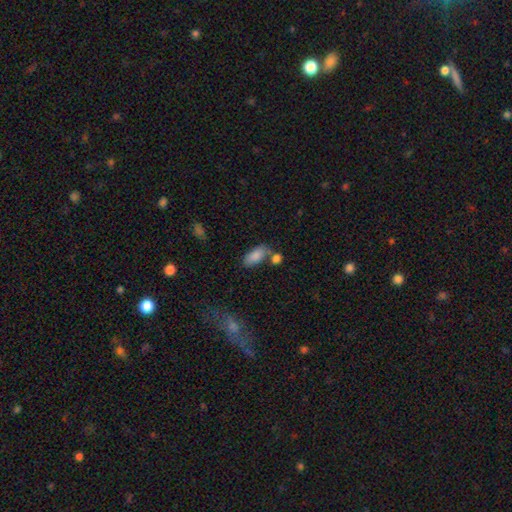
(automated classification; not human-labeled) Smooth or featured?
  - smooth: 85% *
  - star or artifact: 8%
  - featured or disk: 8%
How rounded?
  - in between: 90% *
  - cigar-shaped: 7%
  - round: 3%
Merging?
  - none: 57% *
  - merger: 23%
  - minor disturbance: 15%
  - major disturbance: 5%